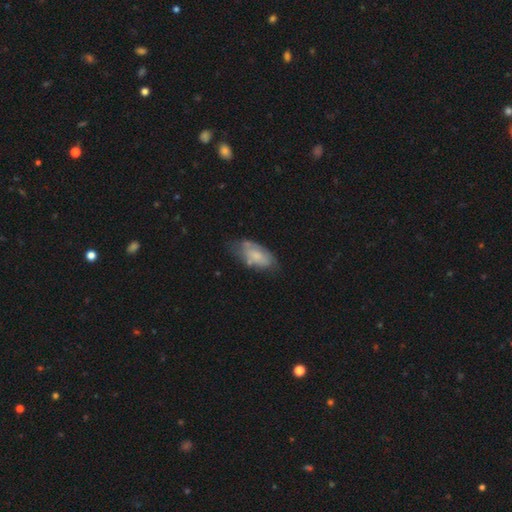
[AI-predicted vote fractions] A smooth galaxy with no disk features (60%) that is in between round and cigar-shaped (91%). Merging: none (49%).